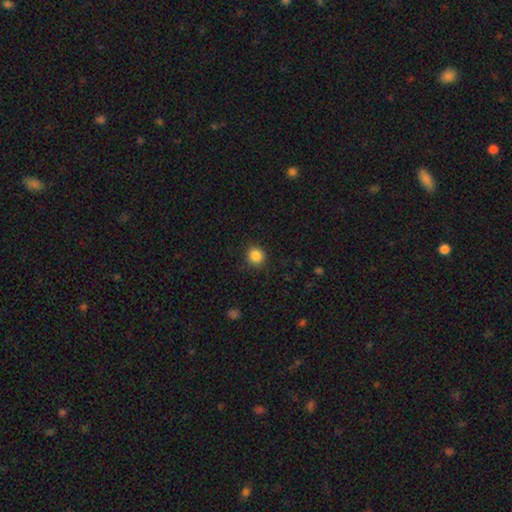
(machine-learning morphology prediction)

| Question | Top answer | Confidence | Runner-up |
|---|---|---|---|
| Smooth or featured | smooth | 86% | star or artifact (10%) |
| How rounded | round | 88% | in between (11%) |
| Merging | none | 89% | minor disturbance (8%) |